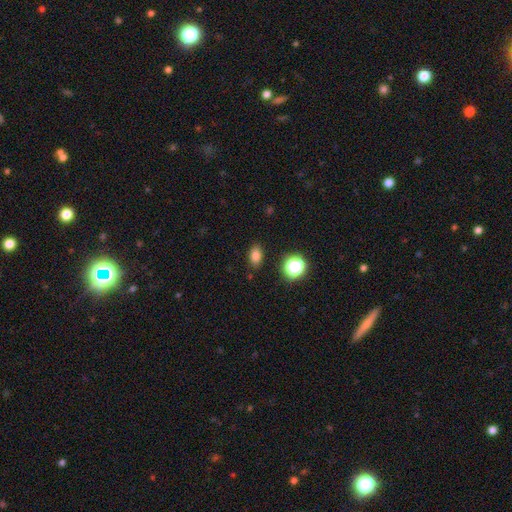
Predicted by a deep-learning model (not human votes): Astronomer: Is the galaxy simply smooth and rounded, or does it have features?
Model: smooth — 79%.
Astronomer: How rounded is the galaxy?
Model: in between — 81%.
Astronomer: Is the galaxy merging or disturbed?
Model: none — 85%.